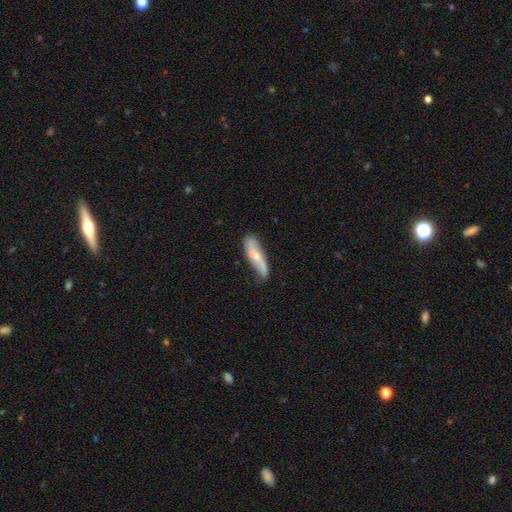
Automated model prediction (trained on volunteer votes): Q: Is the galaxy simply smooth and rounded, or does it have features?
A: featured or disk — 51%.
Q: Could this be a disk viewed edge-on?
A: no — 72%.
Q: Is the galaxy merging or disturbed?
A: none — 61%.